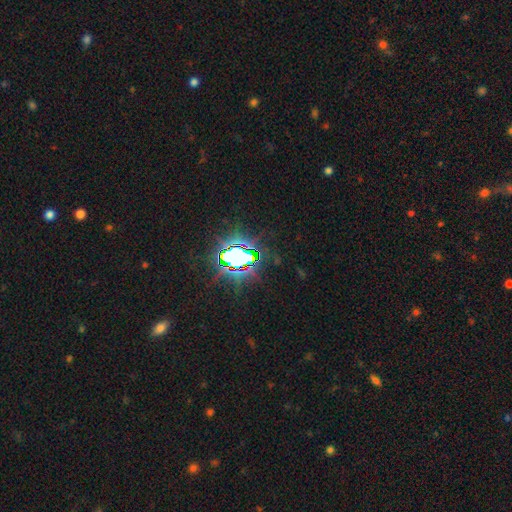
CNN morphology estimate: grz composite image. It shows a star or artifact, not a galaxy (81%).